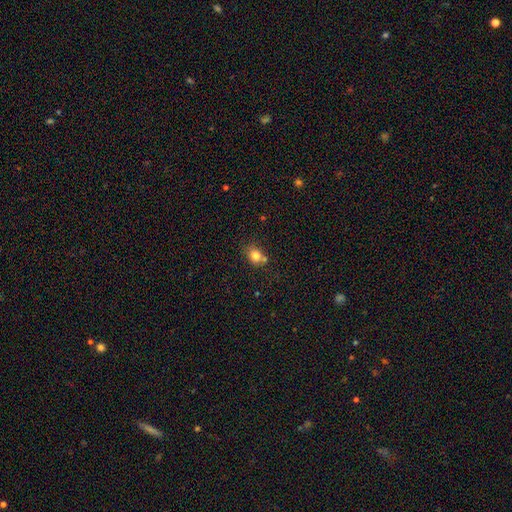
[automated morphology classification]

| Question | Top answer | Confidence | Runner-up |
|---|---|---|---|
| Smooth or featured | smooth | 80% | star or artifact (11%) |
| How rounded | round | 59% | in between (40%) |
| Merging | none | 61% | merger (19%) |